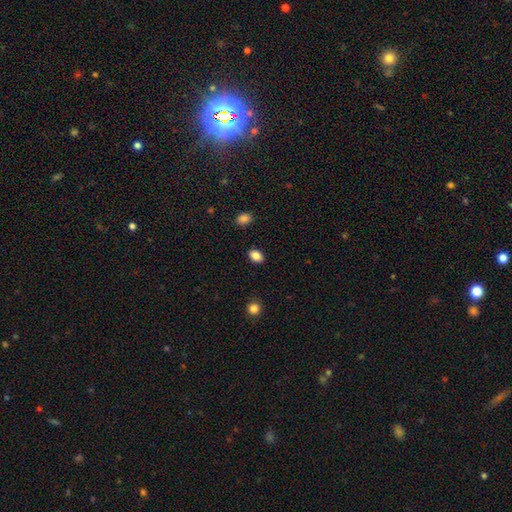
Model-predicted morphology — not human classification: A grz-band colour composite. It shows a smooth galaxy with no disk features (87%) that is in between round and cigar-shaped (81%). Merging: none (89%).